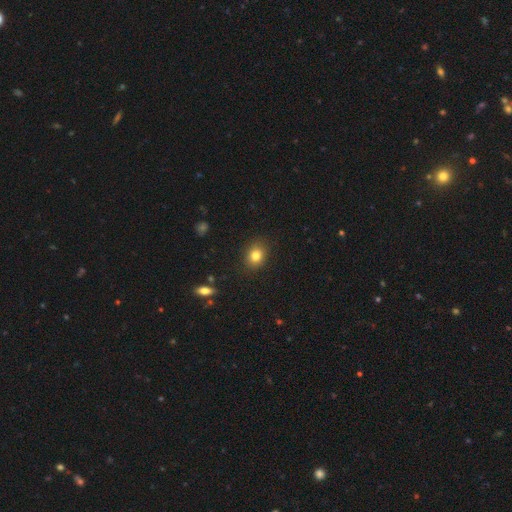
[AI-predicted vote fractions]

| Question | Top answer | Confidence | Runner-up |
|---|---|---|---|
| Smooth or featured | smooth | 81% | star or artifact (11%) |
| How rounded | round | 56% | in between (43%) |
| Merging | none | 87% | minor disturbance (9%) |